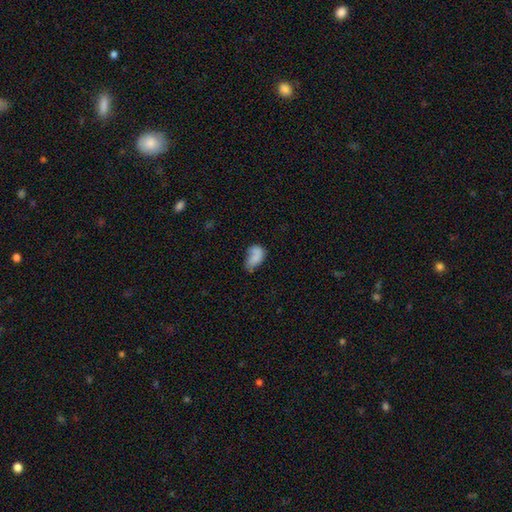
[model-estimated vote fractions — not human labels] Smooth or featured? Predicted: smooth (p=0.73). How rounded? Predicted: in between (p=0.89). Merging? Predicted: minor disturbance (p=0.35).